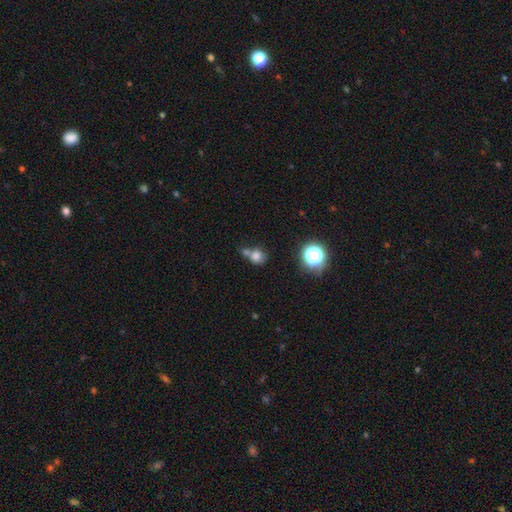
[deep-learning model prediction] Q: Smooth or featured?
A: smooth (75%); runner-up: star or artifact (15%)
Q: How rounded?
A: round (79%); runner-up: in between (19%)
Q: Merging?
A: merger (42%); runner-up: none (40%)